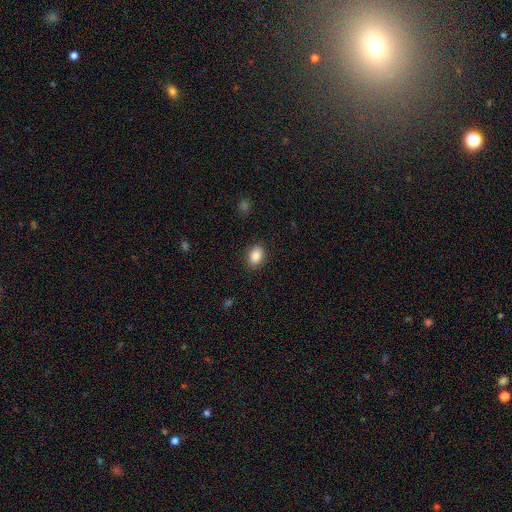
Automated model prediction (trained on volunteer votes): Smooth or featured? smooth (87%)
How rounded? in between (76%)
Merging? none (88%)